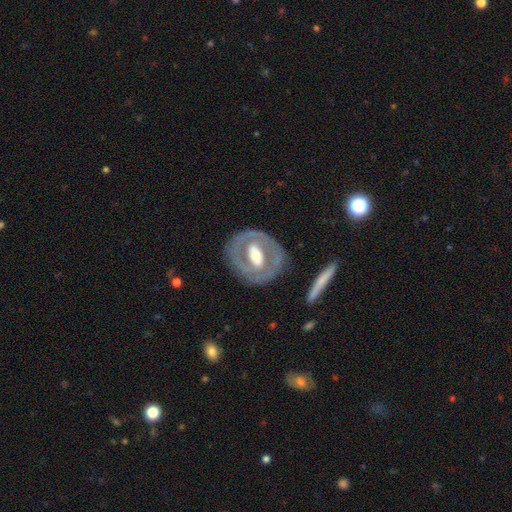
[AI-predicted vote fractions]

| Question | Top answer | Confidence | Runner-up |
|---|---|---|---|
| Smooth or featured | featured or disk | 70% | smooth (25%) |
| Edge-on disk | no | 94% | yes (6%) |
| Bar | no | 35% | strong (33%) |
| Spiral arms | no | 67% | yes (33%) |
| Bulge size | moderate | 57% | large (27%) |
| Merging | none | 74% | minor disturbance (15%) |